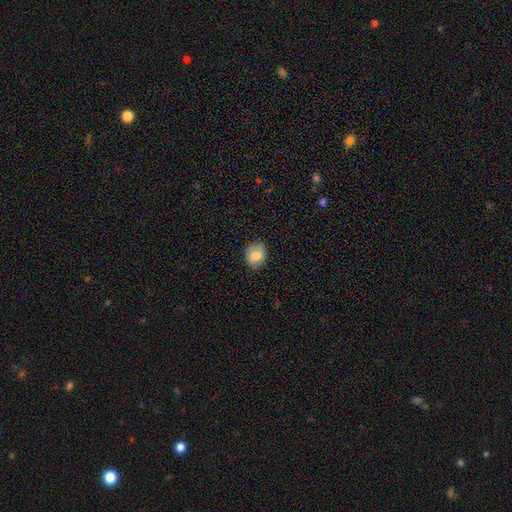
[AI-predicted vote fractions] The model was most divided on "how rounded": round: 55%, in between: 44%, cigar-shaped: 1%. More confident: merging — none (82%); smooth or featured — smooth (77%).